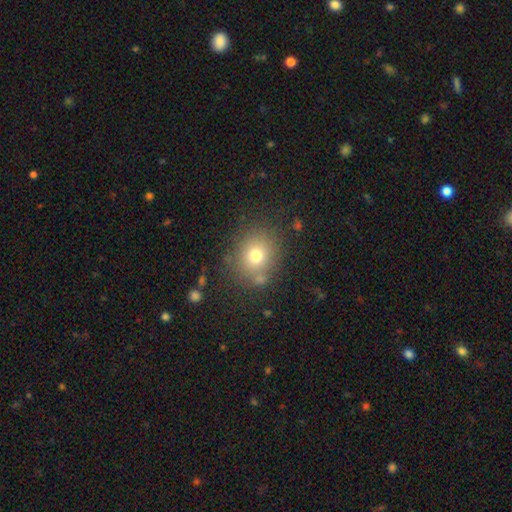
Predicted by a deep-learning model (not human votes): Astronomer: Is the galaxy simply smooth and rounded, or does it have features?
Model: smooth — 72%.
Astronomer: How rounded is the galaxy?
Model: round — 79%.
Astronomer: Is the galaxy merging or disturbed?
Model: none — 79%.